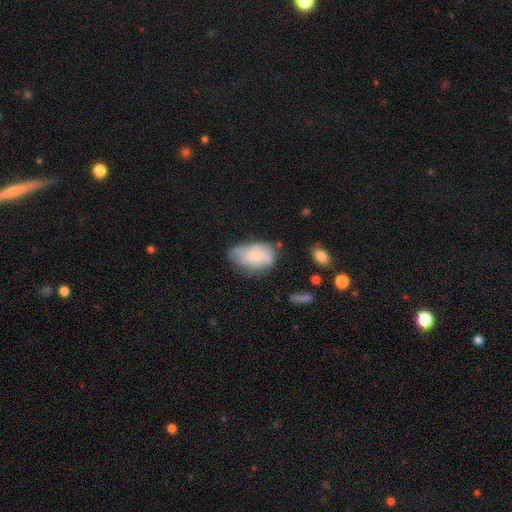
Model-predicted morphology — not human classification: smooth-or-featured: smooth: 58% | featured or disk: 34% | star or artifact: 8%
  how-rounded: in between: 89% | round: 9% | cigar-shaped: 2%
  merging: none: 44% | minor disturbance: 33% | major disturbance: 17% | merger: 6%